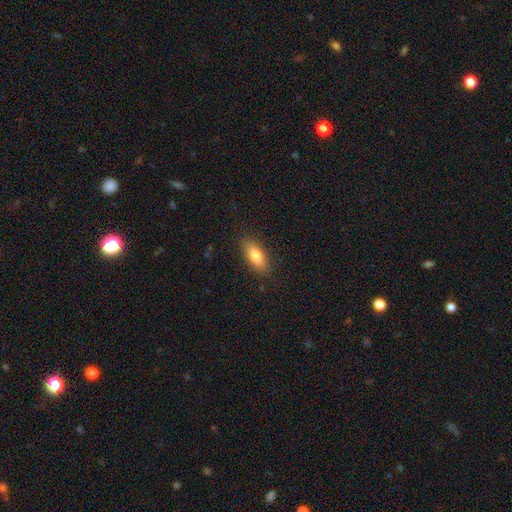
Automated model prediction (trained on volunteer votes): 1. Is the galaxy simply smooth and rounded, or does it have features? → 81% smooth, 12% featured or disk, 7% star or artifact.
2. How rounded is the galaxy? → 78% in between, 19% cigar-shaped, 3% round.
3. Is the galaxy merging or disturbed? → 85% none, 11% minor disturbance, 3% major disturbance, 1% merger.